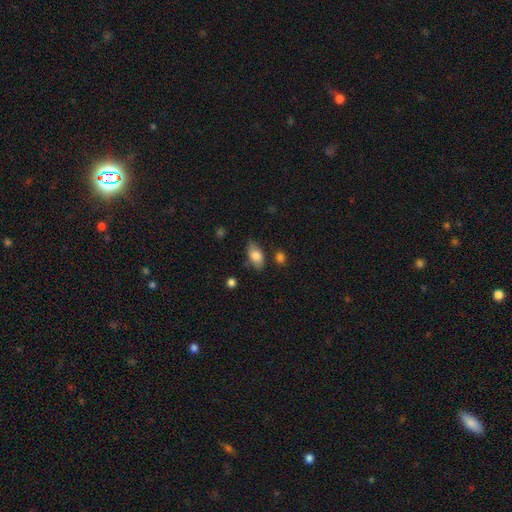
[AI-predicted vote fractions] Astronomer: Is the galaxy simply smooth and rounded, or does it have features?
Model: smooth — 80%.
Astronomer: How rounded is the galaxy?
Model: in between — 91%.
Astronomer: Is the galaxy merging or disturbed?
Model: none — 73%.